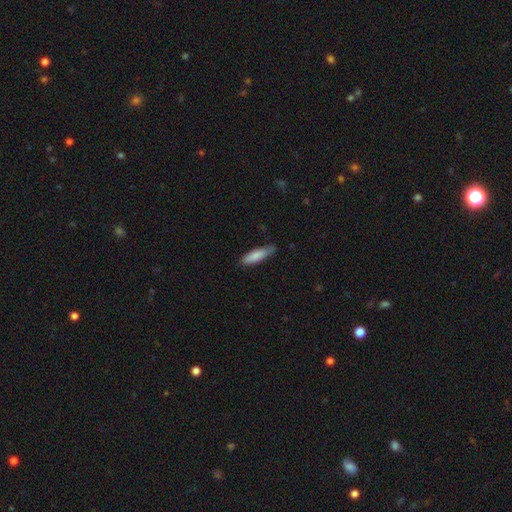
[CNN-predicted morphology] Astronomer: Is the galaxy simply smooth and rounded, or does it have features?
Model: smooth — 83%.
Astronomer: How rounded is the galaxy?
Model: cigar-shaped — 63%.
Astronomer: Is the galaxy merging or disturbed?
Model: none — 73%.